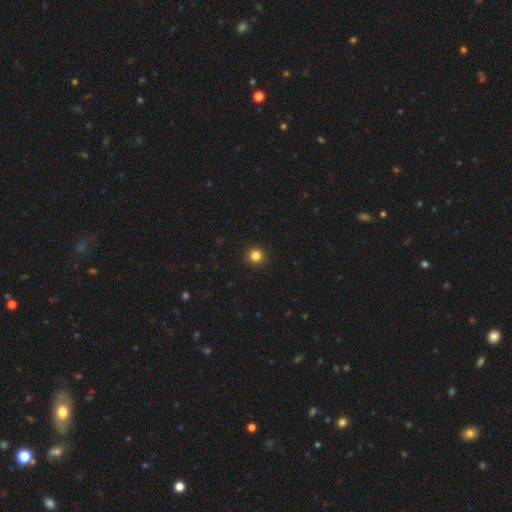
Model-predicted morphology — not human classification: Smooth or featured? Predicted: smooth (p=0.84). How rounded? Predicted: round (p=0.95). Merging? Predicted: none (p=0.93).